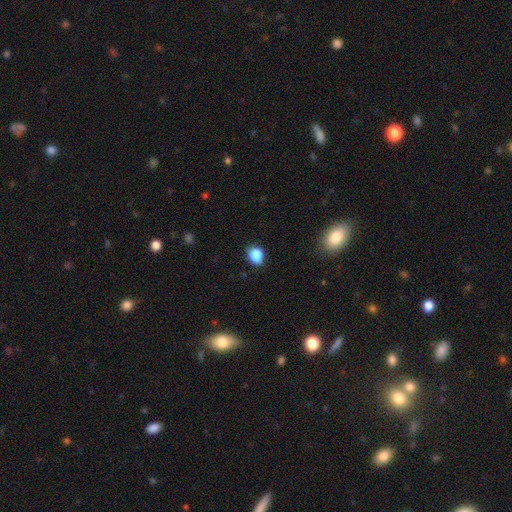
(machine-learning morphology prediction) The model was most divided on "how rounded": round: 51%, in between: 48%, cigar-shaped: 1%. More confident: smooth or featured — smooth (87%); merging — none (76%).